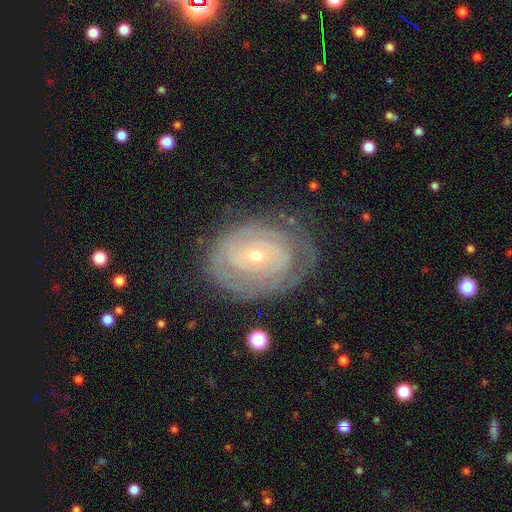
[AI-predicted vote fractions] Smooth or featured? featured or disk (78%)
Edge-on disk? no (96%)
Bar? no (69%)
Spiral arms? yes (77%)
Spiral winding? tight (76%)
Spiral arm count? can't tell (51%)
Bulge size? small (66%)
Merging? none (70%)